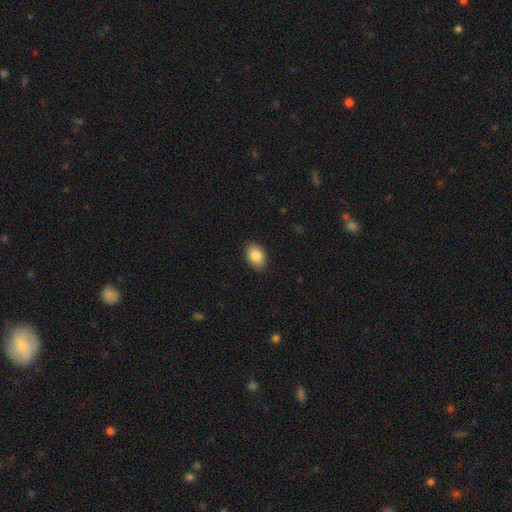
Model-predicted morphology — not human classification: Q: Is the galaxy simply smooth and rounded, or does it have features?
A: smooth — 87%.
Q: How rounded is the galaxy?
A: in between — 88%.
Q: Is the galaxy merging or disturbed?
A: none — 88%.